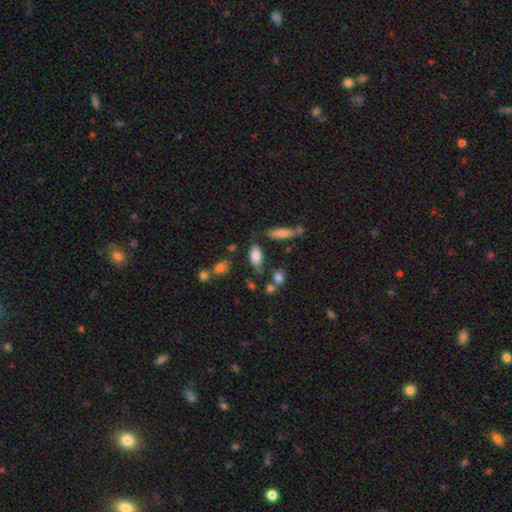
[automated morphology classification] smooth_or_featured: smooth (p=0.76) [alt: featured or disk p=0.16]
how_rounded: in between (p=0.86) [alt: cigar-shaped p=0.10]
merging: none (p=0.65) [alt: minor disturbance p=0.21]